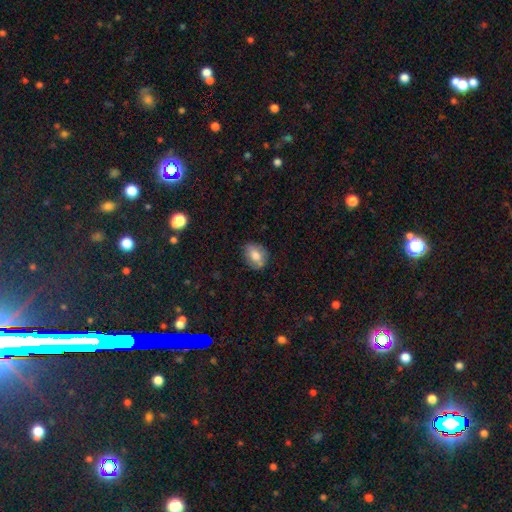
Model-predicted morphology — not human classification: Overall: smooth (72%). How rounded: in between (64%; round 35%). Merging: none (67%).